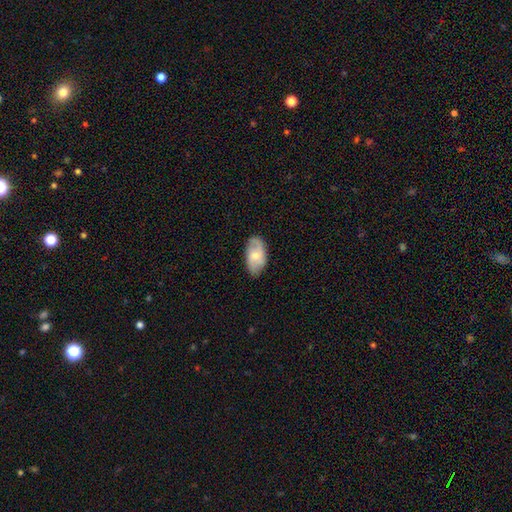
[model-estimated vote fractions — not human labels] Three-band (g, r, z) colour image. It shows a smooth galaxy with no disk features (49%). Merging: none (78%).